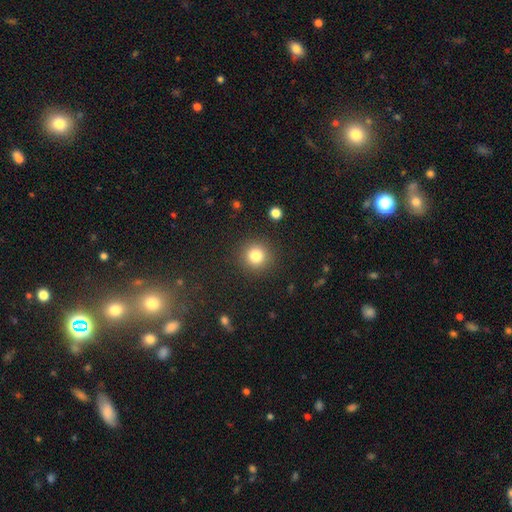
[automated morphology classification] A smooth galaxy with no disk features (81%) that is round (94%).

Vote fractions:
- Smooth or featured? smooth: 81% / star or artifact: 12% / featured or disk: 6%
- How rounded? round: 94% / in between: 5% / cigar-shaped: 1%
- Merging? none: 90% / minor disturbance: 6% / major disturbance: 3% / merger: 1%